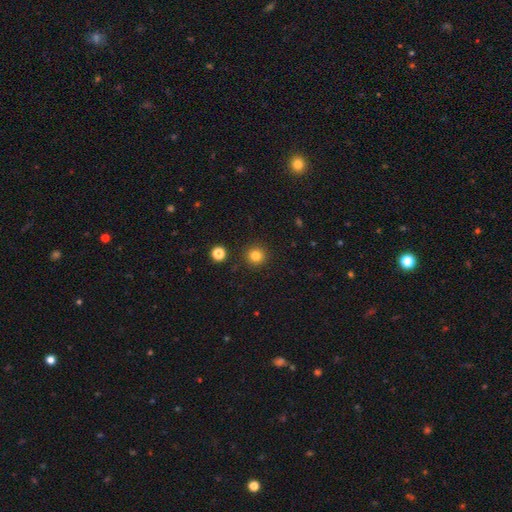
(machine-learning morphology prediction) Smooth or featured? Predicted: smooth (p=0.82). How rounded? Predicted: round (p=0.95). Merging? Predicted: none (p=0.91).